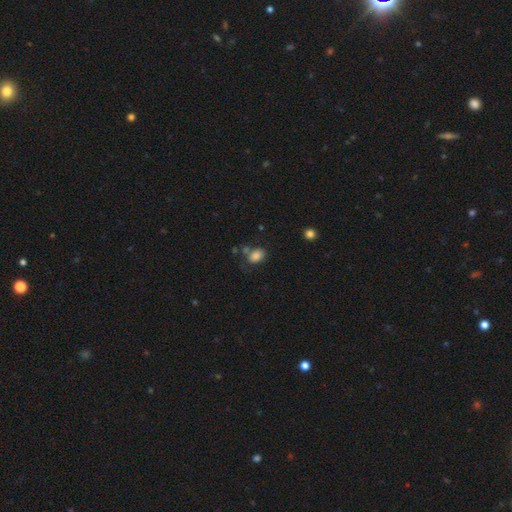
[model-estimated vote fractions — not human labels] A smooth galaxy with no disk features (82%) that is in between round and cigar-shaped (74%). Merging: none (58%).